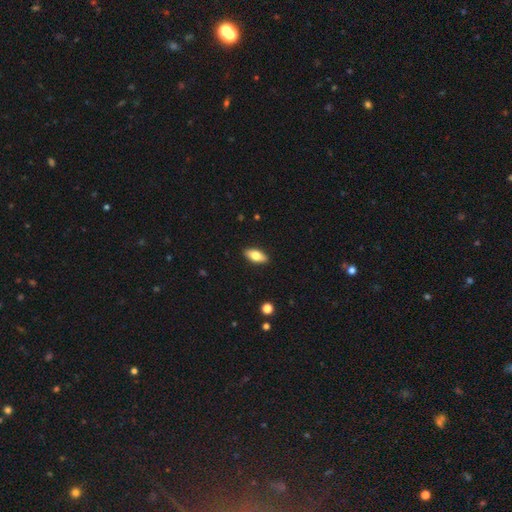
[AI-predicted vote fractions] smooth_or_featured: smooth (p=0.74) [alt: featured or disk p=0.20]
how_rounded: in between (p=0.85) [alt: cigar-shaped p=0.12]
merging: none (p=0.90) [alt: minor disturbance p=0.07]